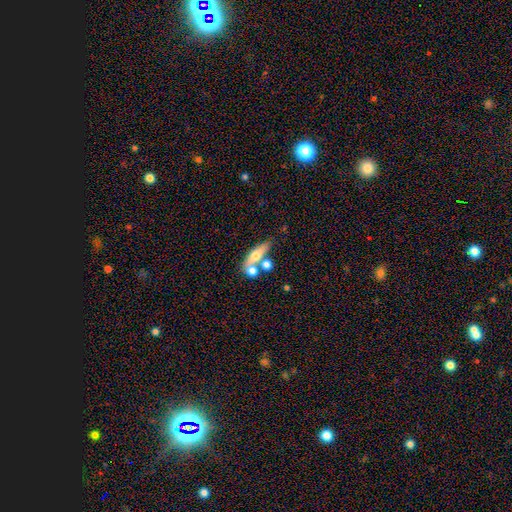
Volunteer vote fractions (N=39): This appears to be a featured or disk galaxy (49%) viewed edge-on (68%) with a rounded central bulge (100%). Merging: none (70%).